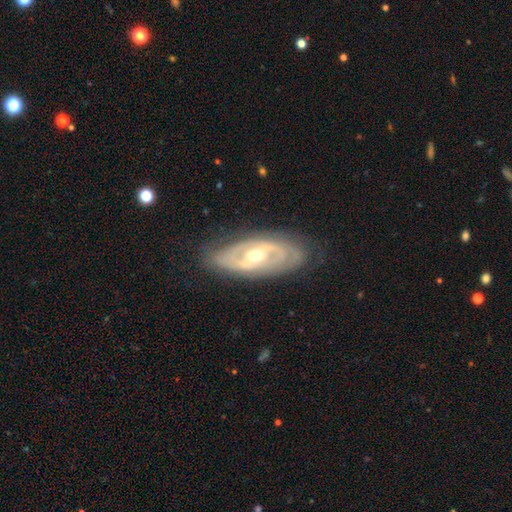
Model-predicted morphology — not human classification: A featured or disk galaxy (81%) with no bar (41%), 2 (58%) tight (53%) spiral arms (78%) and a moderate central bulge (69%).

Vote fractions:
- Smooth or featured? featured or disk: 81% / smooth: 14% / star or artifact: 5%
- Edge-on disk? no: 90% / yes: 10%
- Bar? no: 41% / weak: 38% / strong: 21%
- Spiral arms? yes: 78% / no: 22%
- Spiral winding? tight: 53% / medium: 34% / loose: 13%
- Spiral arm count? 2: 58% / can't tell: 26% / 3: 7% / 1: 4% / 4: 2% / more than 4: 2%
- Bulge size? moderate: 69% / small: 25% / large: 5% / dominant: 1% / none: 1%
- Merging? none: 78% / minor disturbance: 16% / major disturbance: 5% / merger: 1%